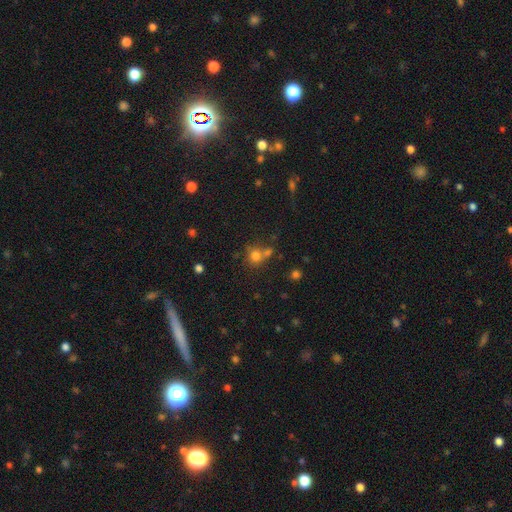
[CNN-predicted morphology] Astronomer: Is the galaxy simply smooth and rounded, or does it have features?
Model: smooth — 74%.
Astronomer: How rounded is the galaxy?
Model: round — 75%.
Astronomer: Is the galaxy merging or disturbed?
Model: none — 45% (runner-up: merger, 37%).